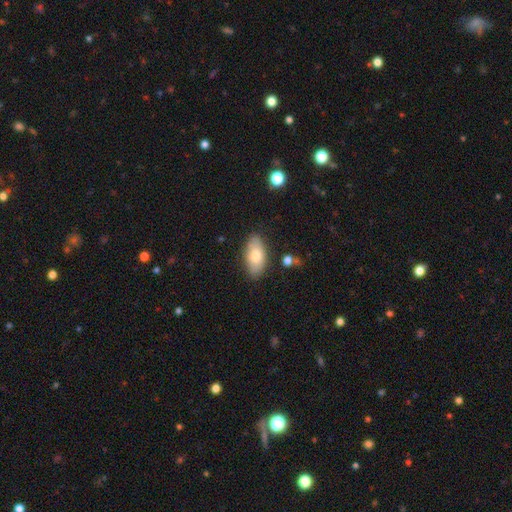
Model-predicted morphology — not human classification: This is likely a smooth galaxy (74%). How rounded: clearly in between (90%). Merging: clearly none (83%).